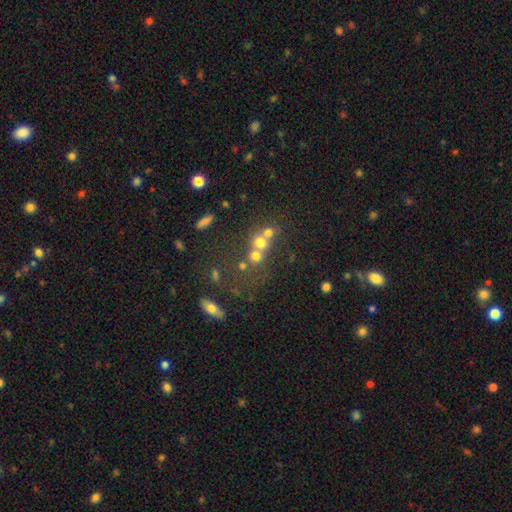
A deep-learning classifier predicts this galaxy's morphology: Smooth or featured?
  - smooth: 62% *
  - star or artifact: 20%
  - featured or disk: 19%
How rounded?
  - round: 79% *
  - in between: 19%
  - cigar-shaped: 2%
Merging?
  - merger: 50% *
  - none: 37%
  - minor disturbance: 7%
  - major disturbance: 5%